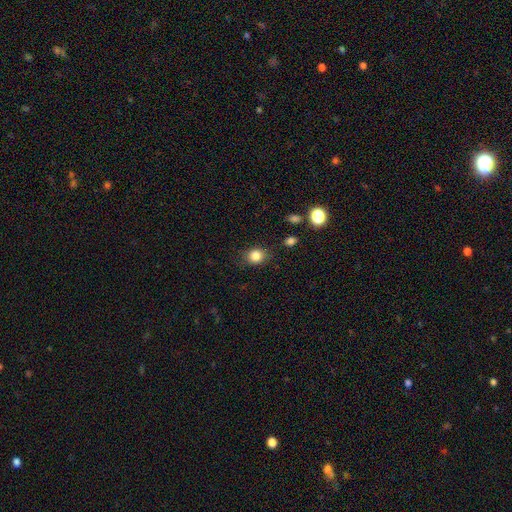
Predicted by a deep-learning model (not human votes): A smooth galaxy with no disk features (84%) that is round (60%).

Vote fractions:
- Smooth or featured? smooth: 84% / star or artifact: 10% / featured or disk: 6%
- How rounded? round: 60% / in between: 39% / cigar-shaped: 1%
- Merging? none: 80% / minor disturbance: 14% / major disturbance: 4% / merger: 2%